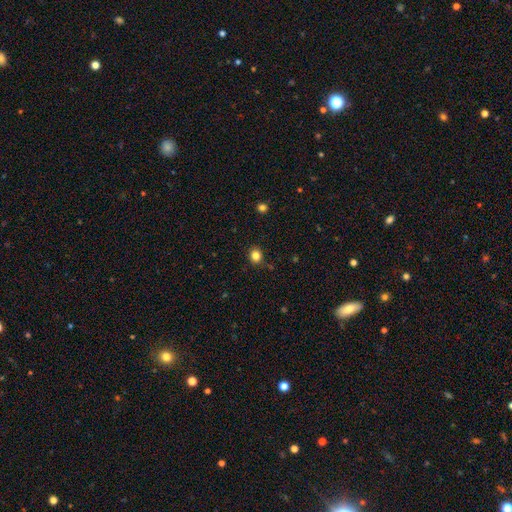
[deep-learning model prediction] Q: Smooth or featured?
A: smooth (82%); runner-up: star or artifact (13%)
Q: How rounded?
A: round (80%); runner-up: in between (19%)
Q: Merging?
A: none (85%); runner-up: minor disturbance (11%)